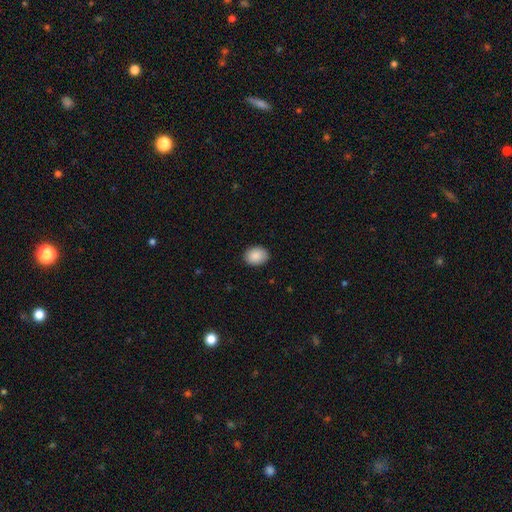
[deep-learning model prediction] smooth_or_featured: smooth (p=0.89) [alt: star or artifact p=0.07]
how_rounded: in between (p=0.59) [alt: round p=0.40]
merging: none (p=0.88) [alt: minor disturbance p=0.09]